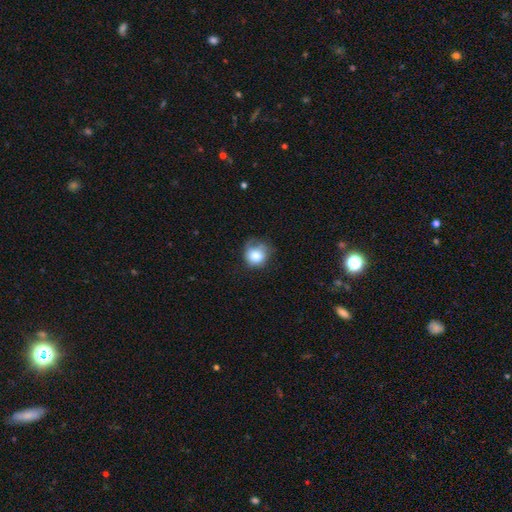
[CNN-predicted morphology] smooth 76%, featured or disk 15%, star or artifact 10%. Down the decision tree: how rounded — round (73%); merging — none (45%).